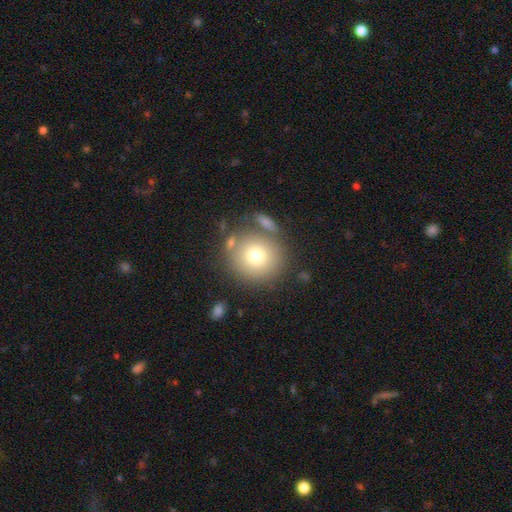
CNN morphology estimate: Q: Smooth or featured?
A: smooth (74%); runner-up: featured or disk (15%)
Q: How rounded?
A: round (91%); runner-up: in between (8%)
Q: Merging?
A: none (74%); runner-up: merger (11%)